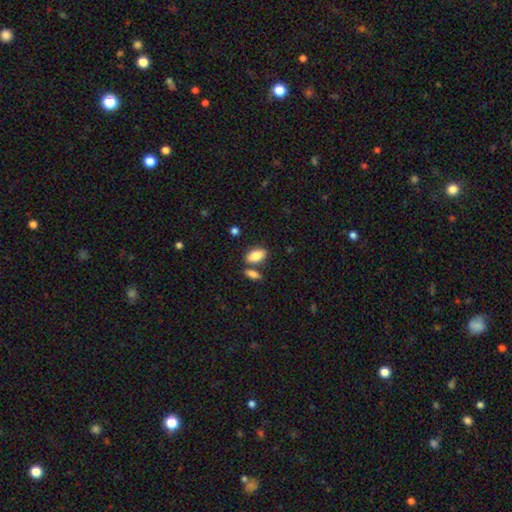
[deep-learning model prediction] smooth_or_featured: smooth (p=0.84) [alt: featured or disk p=0.09]
how_rounded: in between (p=0.90) [alt: cigar-shaped p=0.05]
merging: none (p=0.69) [alt: merger p=0.18]